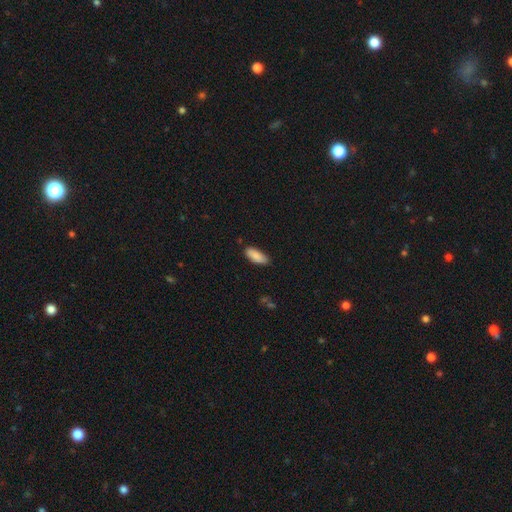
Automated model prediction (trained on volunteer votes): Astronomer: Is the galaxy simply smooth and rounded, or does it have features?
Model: smooth — 89%.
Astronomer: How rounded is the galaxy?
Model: in between — 77%.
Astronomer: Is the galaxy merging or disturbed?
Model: none — 83%.